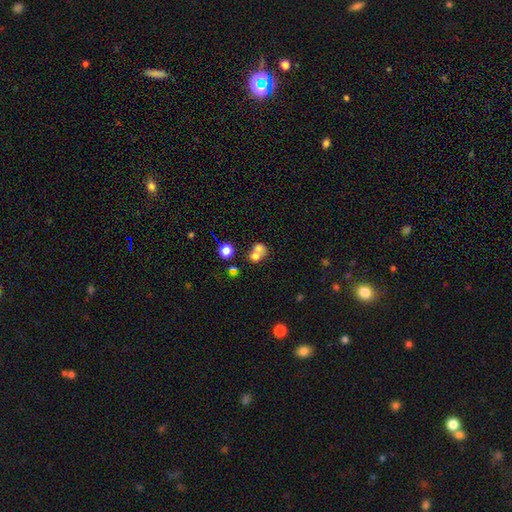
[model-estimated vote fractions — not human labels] Q: Smooth or featured?
A: smooth (67%); runner-up: featured or disk (19%)
Q: How rounded?
A: round (70%); runner-up: in between (29%)
Q: Merging?
A: merger (62%); runner-up: none (27%)